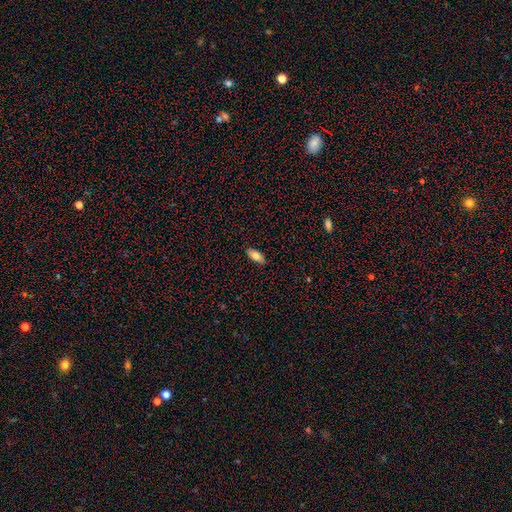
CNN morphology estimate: This appears to be a smooth galaxy with no disk features (77%) that is in between round and cigar-shaped (87%). Merging: none (89%).